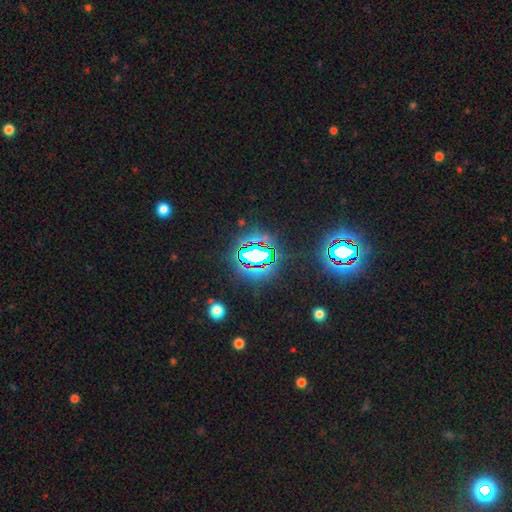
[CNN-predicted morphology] Smooth or featured? star or artifact (70%)